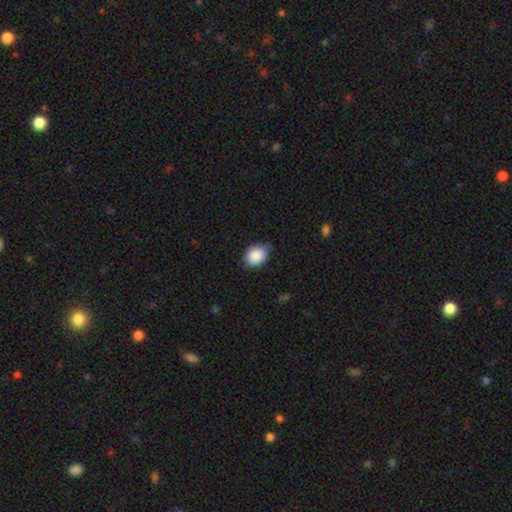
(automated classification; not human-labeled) smooth-or-featured: smooth: 88% | star or artifact: 7% | featured or disk: 5%
  how-rounded: in between: 60% | round: 39% | cigar-shaped: 1%
  merging: none: 69% | minor disturbance: 26% | major disturbance: 4% | merger: 1%